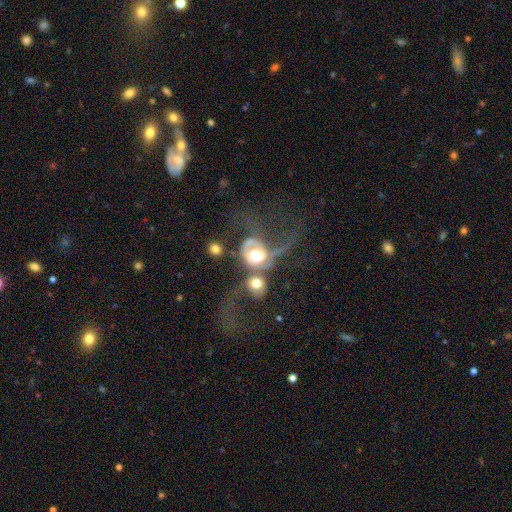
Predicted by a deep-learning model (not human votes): Overall: featured or disk (63%; smooth 29%). Edge-on disk: no (95%). Bar: no (76%). Spiral arms: yes (67%; no 33%). Bulge size: moderate (45%; large 41%). Merging: merger (55%; major disturbance 28%).